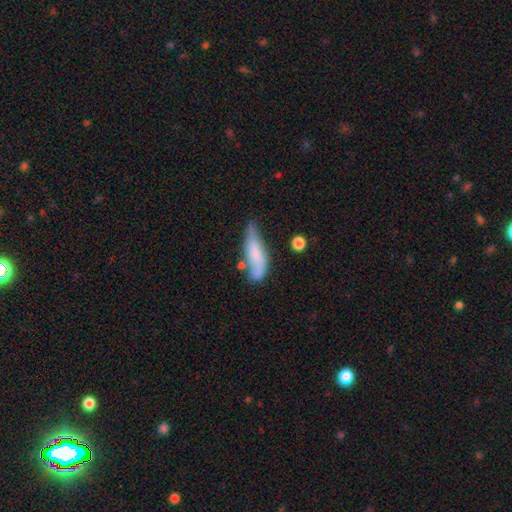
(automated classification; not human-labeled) Smooth or featured? Predicted: smooth (p=0.65). How rounded? Predicted: cigar-shaped (p=0.49, tied with in between). Merging? Predicted: none (p=0.39).